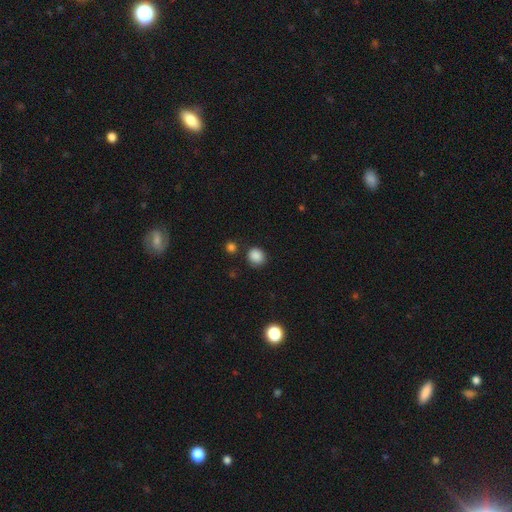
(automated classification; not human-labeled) A smooth galaxy with no disk features (86%) that is round (81%). Merging: none (81%).